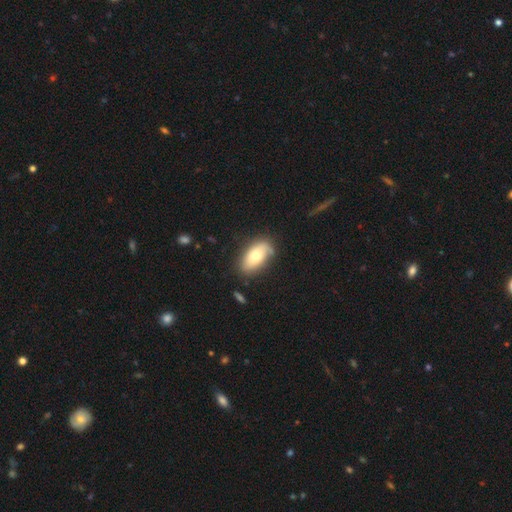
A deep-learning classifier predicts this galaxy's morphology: Overall: smooth (67%; featured or disk 27%). How rounded: in between (92%). Merging: none (72%).